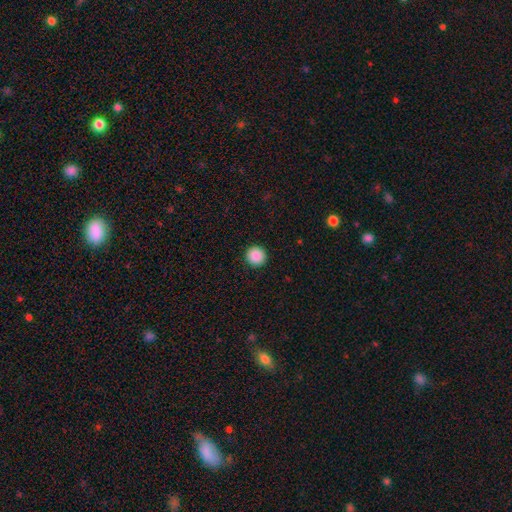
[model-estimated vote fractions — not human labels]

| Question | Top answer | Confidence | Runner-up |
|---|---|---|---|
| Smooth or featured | smooth | 89% | star or artifact (9%) |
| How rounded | round | 95% | in between (4%) |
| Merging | none | 93% | minor disturbance (5%) |